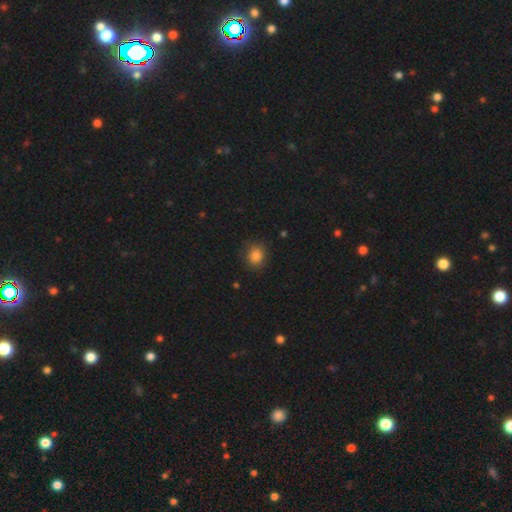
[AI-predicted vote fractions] Q: Smooth or featured?
A: smooth (84%); runner-up: star or artifact (11%)
Q: How rounded?
A: round (76%); runner-up: in between (23%)
Q: Merging?
A: none (82%); runner-up: minor disturbance (13%)